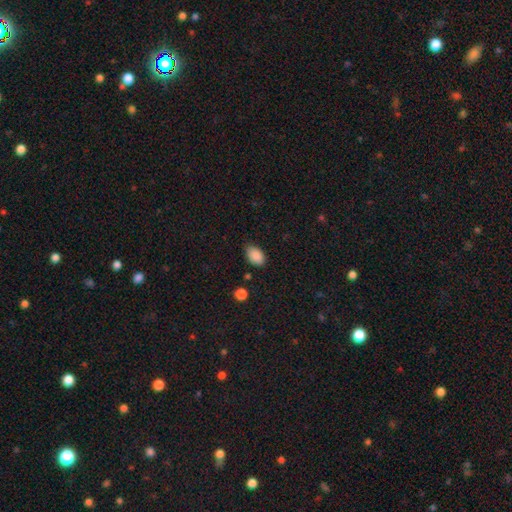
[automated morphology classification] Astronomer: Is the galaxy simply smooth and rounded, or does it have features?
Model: smooth — 89%.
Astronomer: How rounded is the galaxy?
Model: in between — 89%.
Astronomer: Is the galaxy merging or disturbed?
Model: none — 78%.